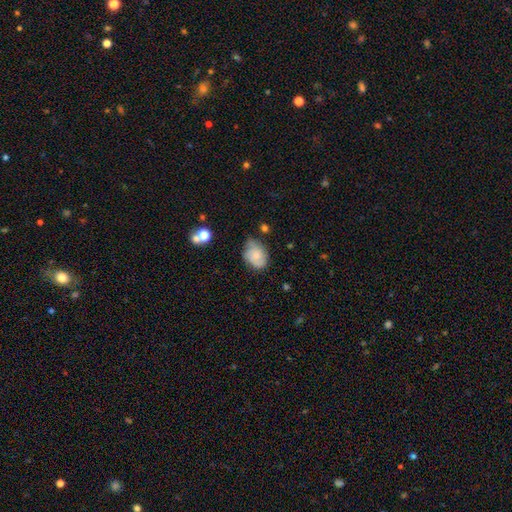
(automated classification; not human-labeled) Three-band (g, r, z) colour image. It shows a smooth galaxy with no disk features (59%) that is in between round and cigar-shaped (70%). Merging: none (53%).